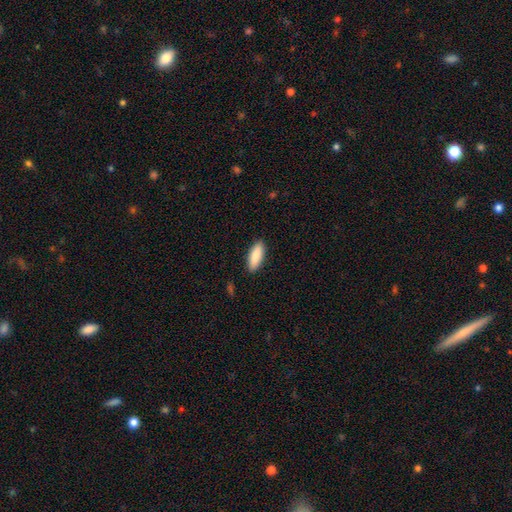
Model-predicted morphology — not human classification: A smooth galaxy with no disk features (89%) that is in between round and cigar-shaped (68%).

Vote fractions:
- Smooth or featured? smooth: 89% / featured or disk: 6% / star or artifact: 5%
- How rounded? in between: 68% / cigar-shaped: 30% / round: 2%
- Merging? none: 89% / minor disturbance: 8% / major disturbance: 2% / merger: 1%